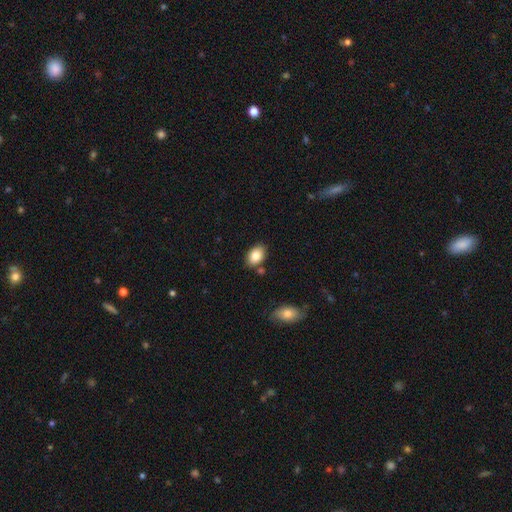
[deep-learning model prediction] Q: Smooth or featured?
A: smooth (85%); runner-up: star or artifact (8%)
Q: How rounded?
A: in between (84%); runner-up: round (15%)
Q: Merging?
A: none (79%); runner-up: minor disturbance (12%)